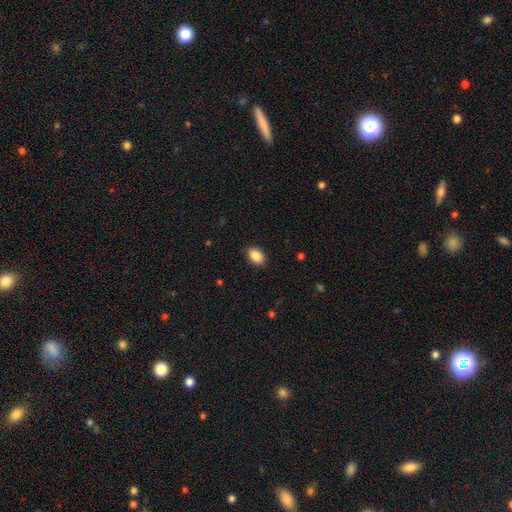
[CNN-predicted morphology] A smooth galaxy with no disk features (89%) that is in between round and cigar-shaped (82%). Merging: none (89%).